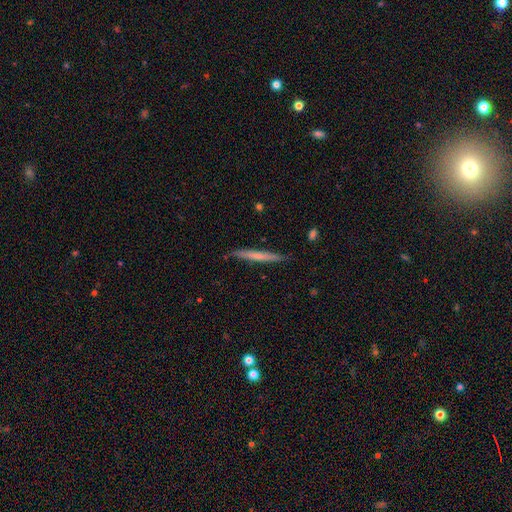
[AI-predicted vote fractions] This is possibly a smooth galaxy (50%). Merging: clearly none (88%).